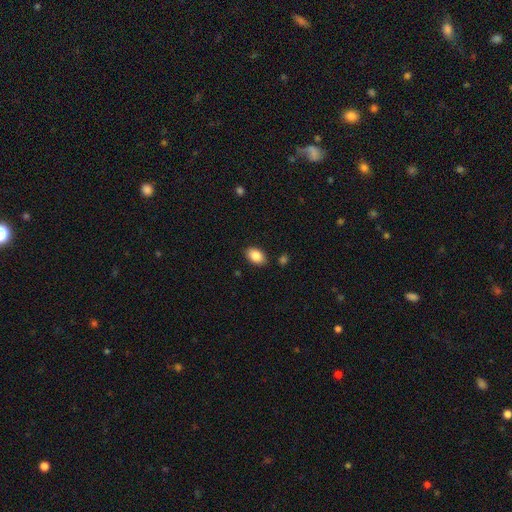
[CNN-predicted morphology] type=smooth (86%); roundness=in between (89%); merging=none (87%).